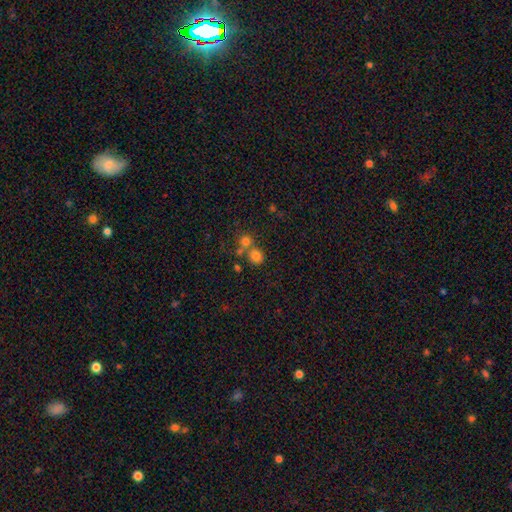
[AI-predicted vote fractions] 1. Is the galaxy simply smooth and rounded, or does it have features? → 77% smooth, 15% star or artifact, 8% featured or disk.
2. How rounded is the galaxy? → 86% round, 13% in between, 1% cigar-shaped.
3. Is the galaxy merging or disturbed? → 55% none, 35% merger, 7% minor disturbance, 3% major disturbance.